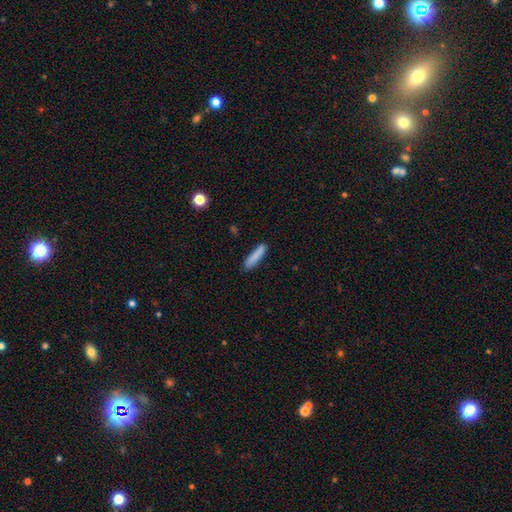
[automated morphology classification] smooth 84%, featured or disk 9%, star or artifact 7%. Down the decision tree: how rounded — cigar-shaped (86%); merging — none (84%).